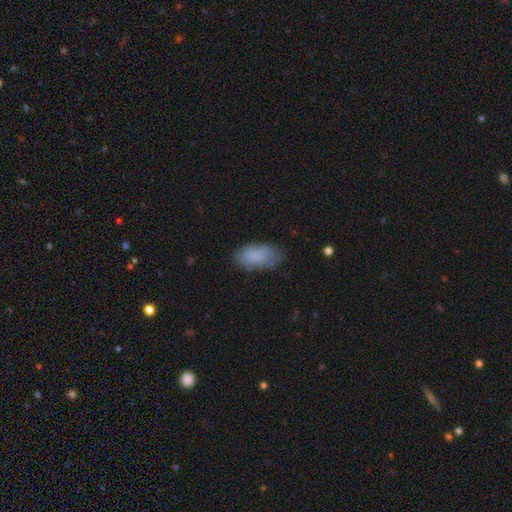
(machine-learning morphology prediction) smooth 80%, featured or disk 12%, star or artifact 8%. Down the decision tree: how rounded — in between (94%); merging — none (66%).